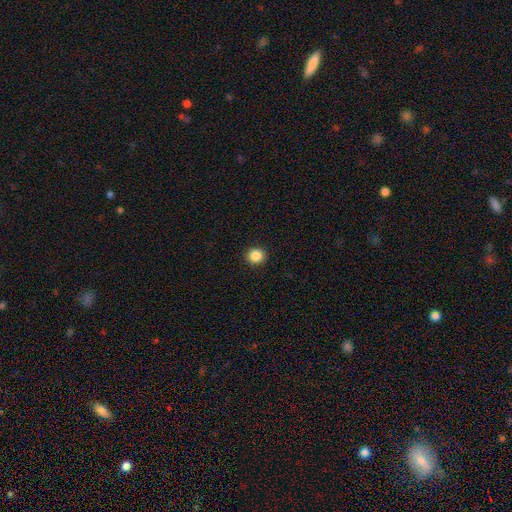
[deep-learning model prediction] The model was most divided on "smooth or featured": smooth: 87%, star or artifact: 10%, featured or disk: 3%. More confident: merging — none (93%); how rounded — round (92%).